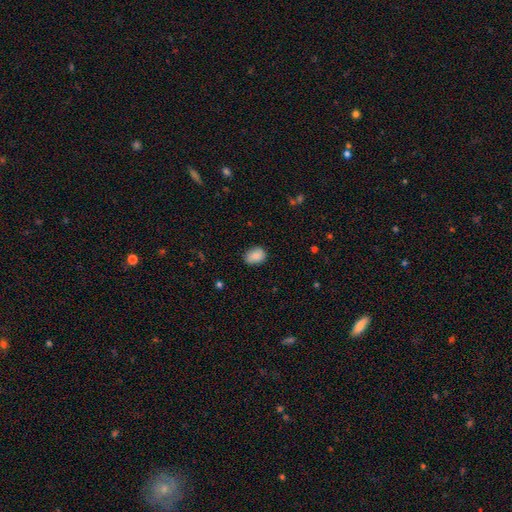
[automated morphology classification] Q: Smooth or featured?
A: smooth (87%); runner-up: star or artifact (8%)
Q: How rounded?
A: in between (70%); runner-up: round (29%)
Q: Merging?
A: none (77%); runner-up: minor disturbance (19%)